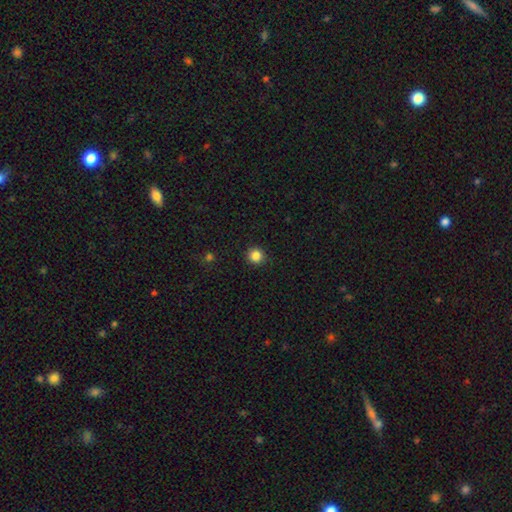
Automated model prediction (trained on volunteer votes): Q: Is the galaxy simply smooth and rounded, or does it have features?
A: smooth — 85%.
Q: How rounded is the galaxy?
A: round — 94%.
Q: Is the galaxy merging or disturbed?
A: none — 92%.